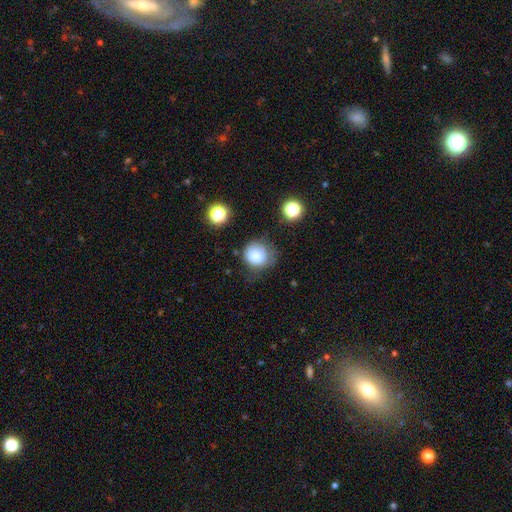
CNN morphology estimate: Smooth or featured: smooth — 78% (featured or disk — 11%)
How rounded: round — 79% (in between — 21%)
Merging: none — 54% (minor disturbance — 29%)